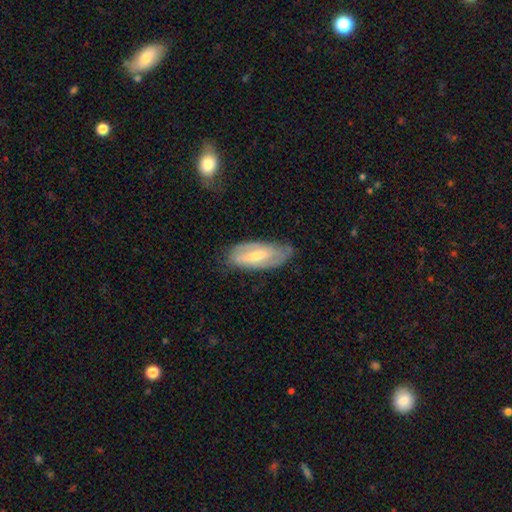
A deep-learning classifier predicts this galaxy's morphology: Smooth or featured?
  - featured or disk: 66% *
  - smooth: 28%
  - star or artifact: 6%
Edge-on disk?
  - no: 87% *
  - yes: 13%
Bar?
  - strong: 47% *
  - weak: 39%
  - no: 14%
Spiral arms?
  - yes: 76% *
  - no: 24%
Bulge size?
  - small: 48% *
  - moderate: 46%
  - large: 3%
  - none: 3%
  - dominant: 1%
Merging?
  - none: 72% *
  - minor disturbance: 21%
  - major disturbance: 6%
  - merger: 2%